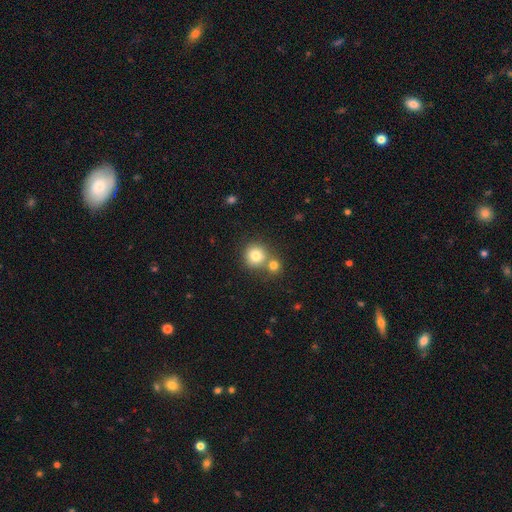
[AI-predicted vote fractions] Smooth or featured? Predicted: smooth (p=0.79). How rounded? Predicted: round (p=0.90). Merging? Predicted: none (p=0.57).